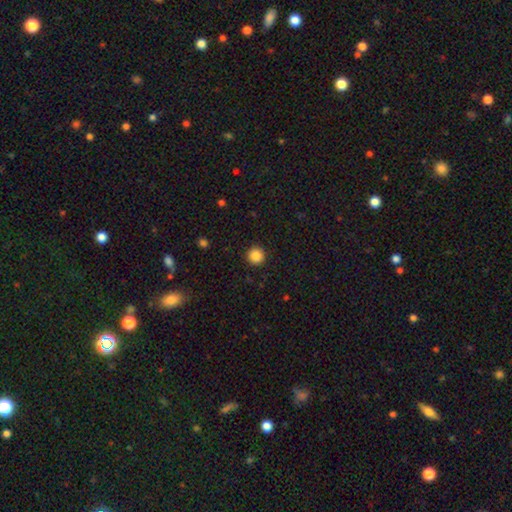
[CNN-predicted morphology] The model was most divided on "smooth or featured": smooth: 87%, star or artifact: 10%, featured or disk: 3%. More confident: how rounded — round (96%); merging — none (93%).